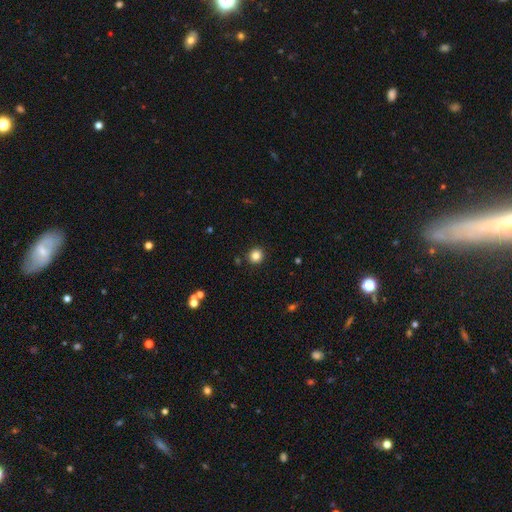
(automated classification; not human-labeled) This appears to be a smooth galaxy with no disk features (83%) that is round (93%). Merging: none (91%).